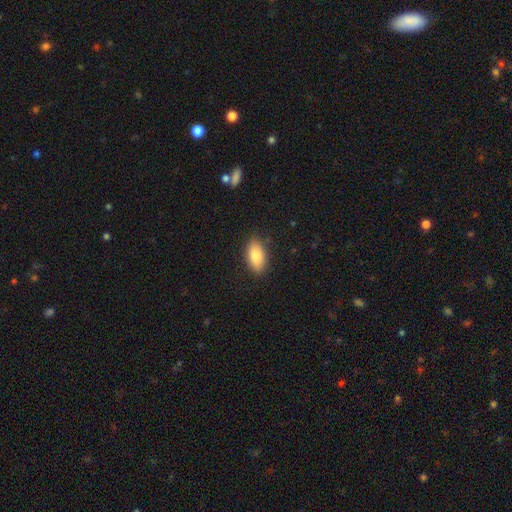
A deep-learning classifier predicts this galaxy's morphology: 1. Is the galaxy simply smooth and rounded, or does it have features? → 85% smooth, 8% featured or disk, 7% star or artifact.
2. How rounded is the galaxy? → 92% in between, 4% cigar-shaped, 4% round.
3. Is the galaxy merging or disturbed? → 86% none, 10% minor disturbance, 2% major disturbance, 1% merger.